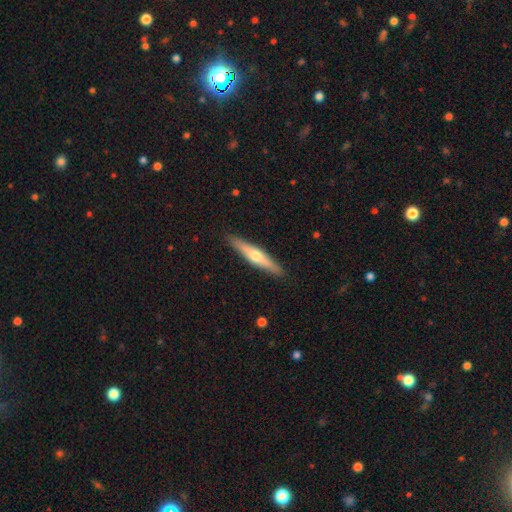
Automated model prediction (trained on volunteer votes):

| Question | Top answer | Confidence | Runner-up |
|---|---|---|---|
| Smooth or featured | featured or disk | 58% | smooth (36%) |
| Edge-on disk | yes | 94% | no (6%) |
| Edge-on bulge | rounded | 90% | none (7%) |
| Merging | none | 90% | minor disturbance (7%) |